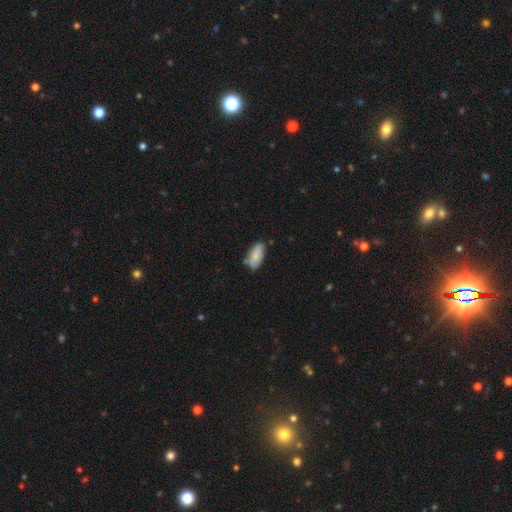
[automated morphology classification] type=smooth (82%); roundness=in between (90%); merging=none (69%).